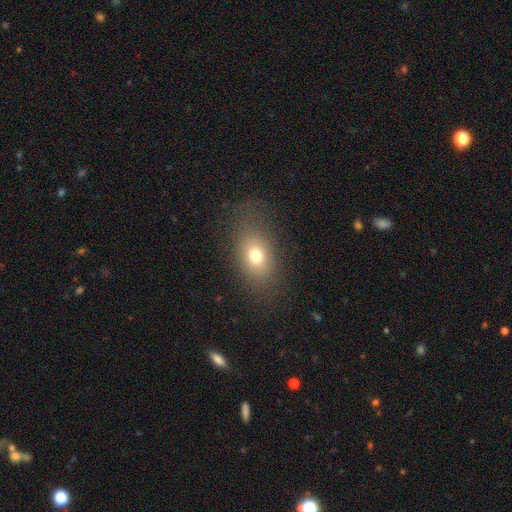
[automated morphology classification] smooth 72%, featured or disk 14%, star or artifact 14%. Down the decision tree: how rounded — in between (74%); merging — none (76%).